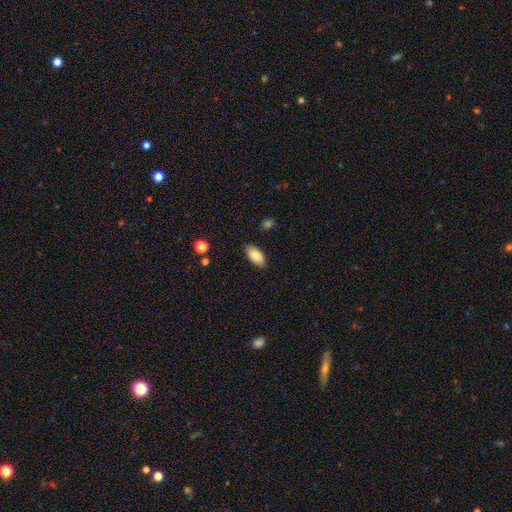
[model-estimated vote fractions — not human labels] Smooth or featured? smooth (86%)
How rounded? in between (92%)
Merging? none (85%)